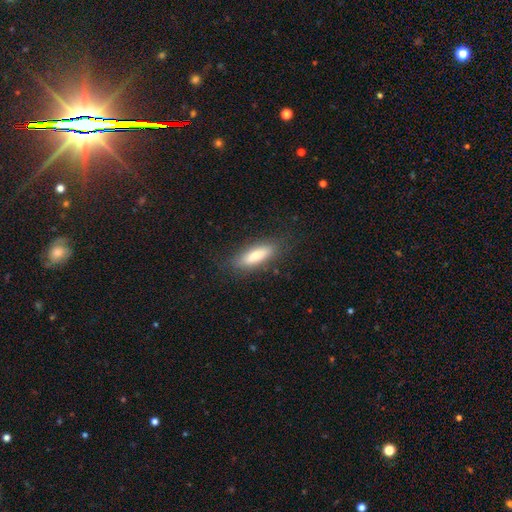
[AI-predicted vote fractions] Morphology: type=smooth (77%); roundness=in between (52%); merging=none (83%).